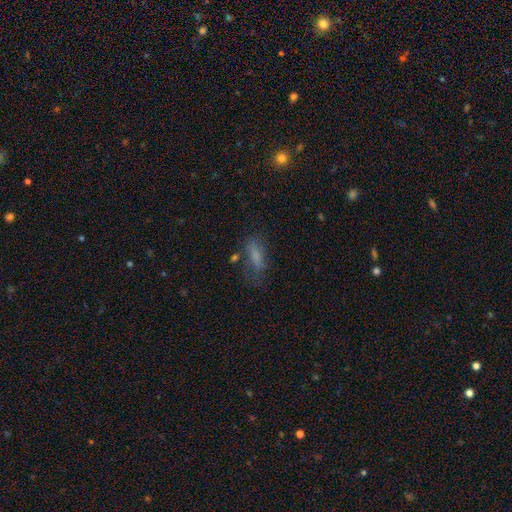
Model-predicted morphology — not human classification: Smooth or featured?
  - smooth: 67% *
  - featured or disk: 20%
  - star or artifact: 14%
How rounded?
  - in between: 58% *
  - cigar-shaped: 38%
  - round: 4%
Merging?
  - none: 52% *
  - minor disturbance: 25%
  - major disturbance: 18%
  - merger: 5%